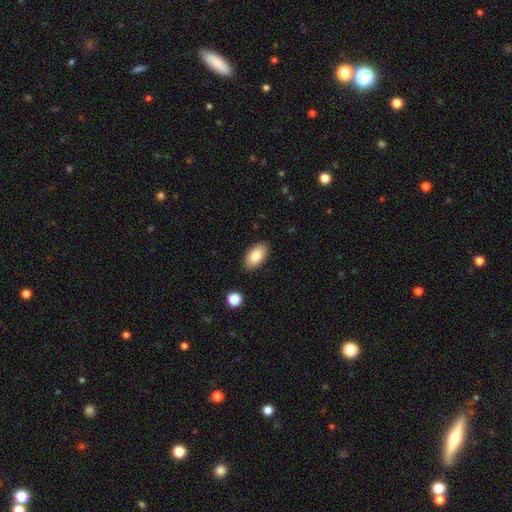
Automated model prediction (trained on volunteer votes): This appears to be a smooth galaxy with no disk features (82%) that is in between round and cigar-shaped (94%). Merging: none (88%).